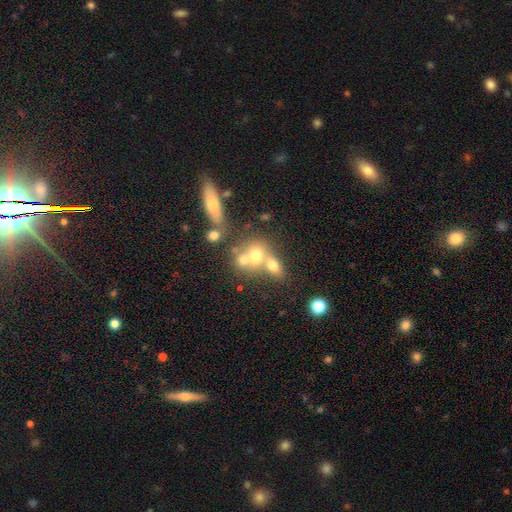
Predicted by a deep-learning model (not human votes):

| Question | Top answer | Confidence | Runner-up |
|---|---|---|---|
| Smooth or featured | smooth | 63% | featured or disk (23%) |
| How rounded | round | 58% | in between (39%) |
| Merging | merger | 53% | none (33%) |